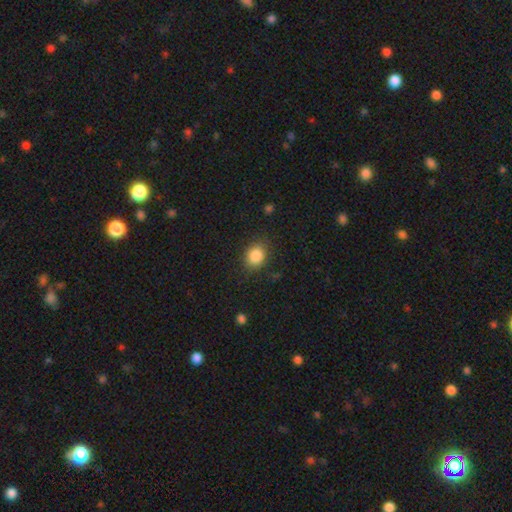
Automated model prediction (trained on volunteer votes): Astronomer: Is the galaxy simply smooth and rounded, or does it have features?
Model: smooth — 86%.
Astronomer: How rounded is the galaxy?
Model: round — 53% (runner-up: in between, 46%).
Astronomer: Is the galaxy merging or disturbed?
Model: none — 81%.